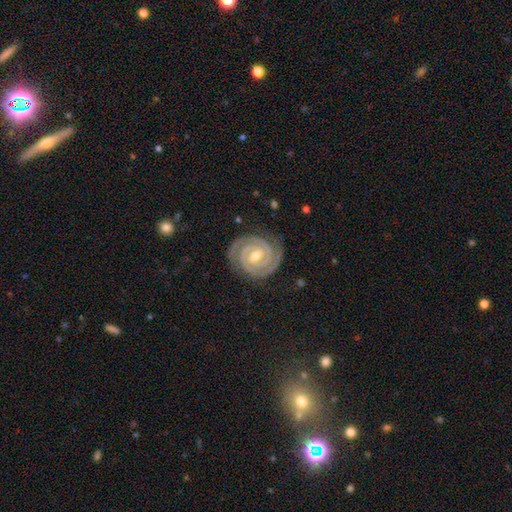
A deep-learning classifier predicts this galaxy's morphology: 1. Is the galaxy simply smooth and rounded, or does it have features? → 93% featured or disk, 4% star or artifact, 3% smooth.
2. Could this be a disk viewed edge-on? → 98% no, 2% yes.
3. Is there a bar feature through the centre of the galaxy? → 42% weak, 33% no, 26% strong.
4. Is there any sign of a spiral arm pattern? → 99% yes, 1% no.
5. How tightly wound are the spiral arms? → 87% tight, 12% medium, 2% loose.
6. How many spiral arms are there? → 89% 2, 5% 3, 2% can't tell, 1% 4, 1% 1, 1% more than 4.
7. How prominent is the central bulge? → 60% moderate, 37% small, 2% large, 1% none, 1% dominant.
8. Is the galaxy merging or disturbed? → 85% none, 11% minor disturbance, 3% major disturbance, 1% merger.